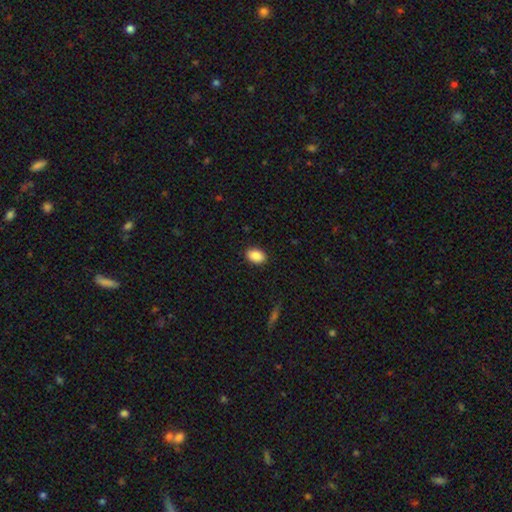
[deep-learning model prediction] A smooth galaxy with no disk features (90%) that is in between round and cigar-shaped (88%). Merging: none (89%).